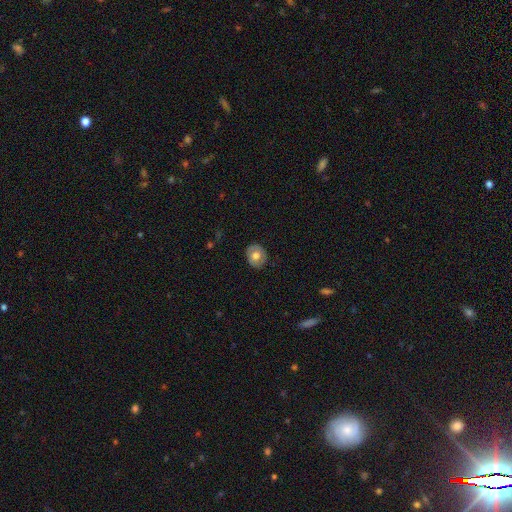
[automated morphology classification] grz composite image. It shows a smooth galaxy with no disk features (67%) that is round (68%). Merging: none (86%).